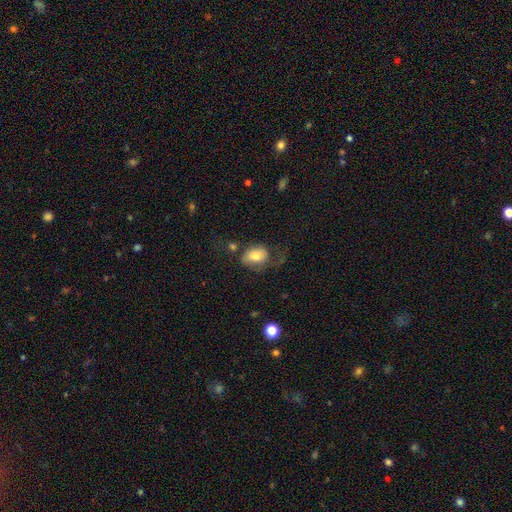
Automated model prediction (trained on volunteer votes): Smooth or featured: smooth — 70% (featured or disk — 22%)
How rounded: in between — 75% (round — 24%)
Merging: none — 40% (major disturbance — 30%)